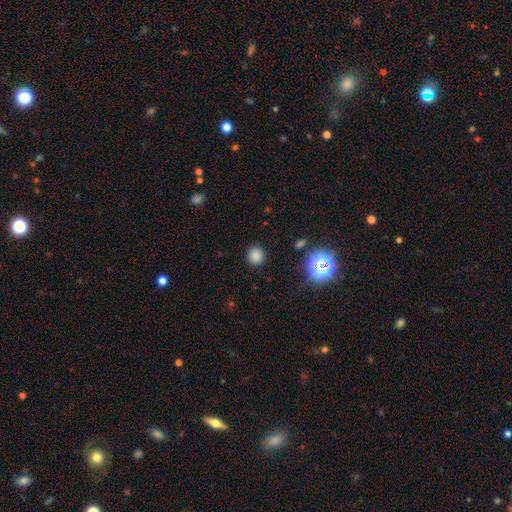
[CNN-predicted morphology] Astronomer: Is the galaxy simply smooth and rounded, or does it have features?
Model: smooth — 79%.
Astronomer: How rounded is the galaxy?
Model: round — 90%.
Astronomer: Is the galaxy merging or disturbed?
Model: none — 90%.